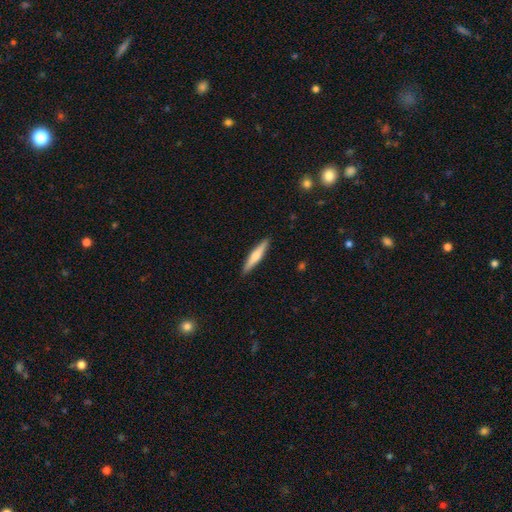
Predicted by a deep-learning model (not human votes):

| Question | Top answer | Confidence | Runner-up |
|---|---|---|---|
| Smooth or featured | smooth | 56% | featured or disk (38%) |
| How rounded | cigar-shaped | 90% | in between (9%) |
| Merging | none | 91% | minor disturbance (7%) |